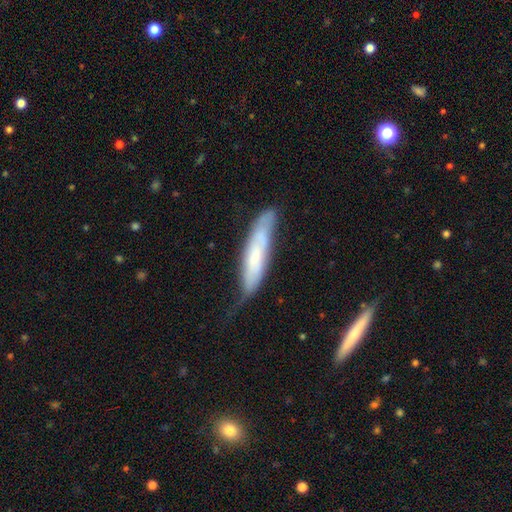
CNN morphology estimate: Smooth or featured?
  - smooth: 49% *
  - featured or disk: 44%
  - star or artifact: 6%
Merging?
  - none: 51% *
  - minor disturbance: 34%
  - major disturbance: 12%
  - merger: 3%